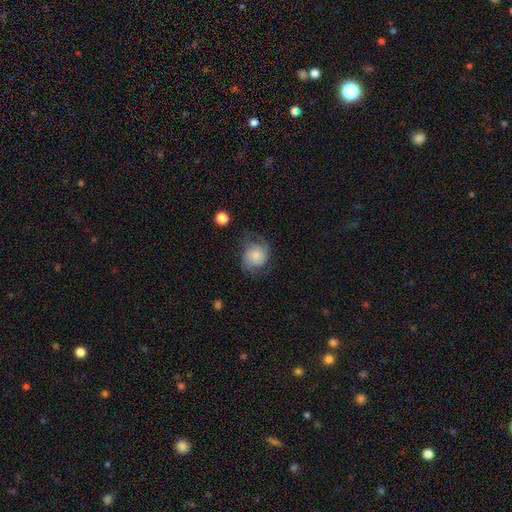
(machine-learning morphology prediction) The model was most divided on "smooth or featured": smooth: 52%, featured or disk: 39%, star or artifact: 9%. More confident: how rounded — round (76%); merging — none (60%).